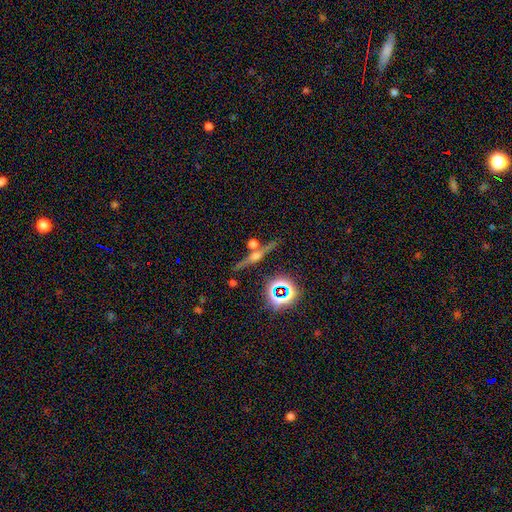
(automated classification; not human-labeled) This is likely a featured or disk galaxy (65%). It is clearly viewed edge-on (94%). Edge-on bulge: clearly rounded (86%). Merging: likely none (77%).